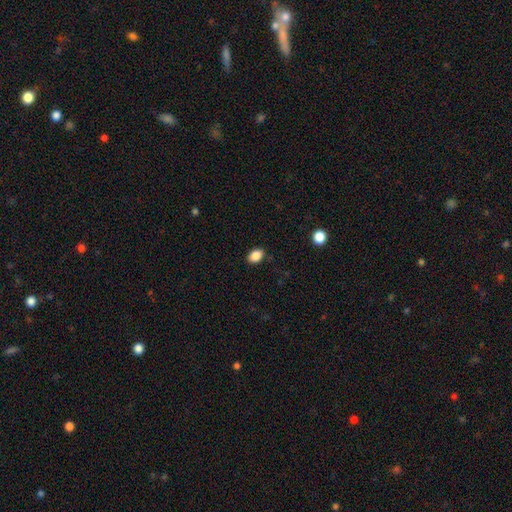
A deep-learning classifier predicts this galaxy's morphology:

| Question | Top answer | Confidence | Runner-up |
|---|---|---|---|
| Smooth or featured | smooth | 88% | star or artifact (9%) |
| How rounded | in between | 79% | round (20%) |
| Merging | none | 87% | minor disturbance (9%) |